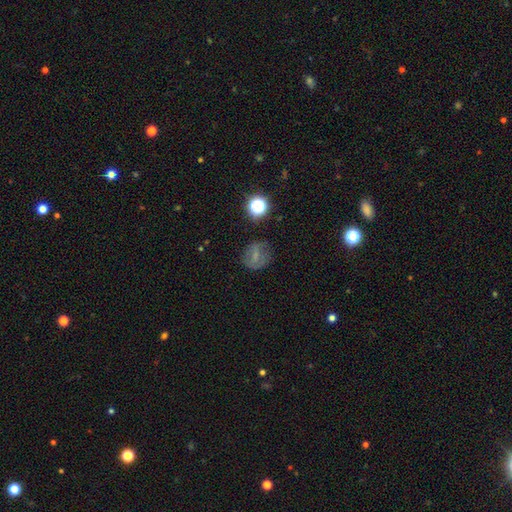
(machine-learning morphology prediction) Smooth or featured: smooth — 52% (featured or disk — 29%)
How rounded: round — 73% (in between — 25%)
Merging: none — 65% (minor disturbance — 21%)